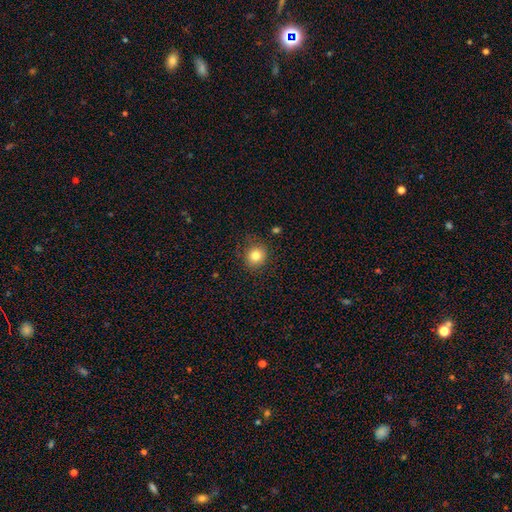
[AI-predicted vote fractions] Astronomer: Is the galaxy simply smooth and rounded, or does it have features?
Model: smooth — 82%.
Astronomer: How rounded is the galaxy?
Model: round — 86%.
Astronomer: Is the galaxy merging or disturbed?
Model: none — 85%.